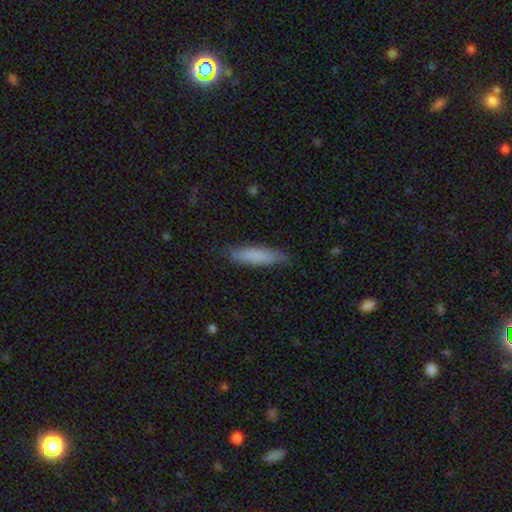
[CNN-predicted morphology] The model was most divided on "how rounded": cigar-shaped: 79%, in between: 19%, round: 1%. More confident: merging — none (83%); smooth or featured — smooth (81%).